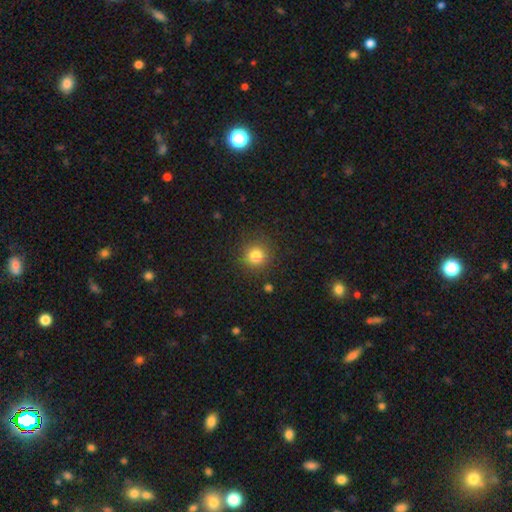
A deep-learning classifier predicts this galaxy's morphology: The model was most divided on "smooth or featured": smooth: 81%, star or artifact: 13%, featured or disk: 6%. More confident: how rounded — round (93%); merging — none (88%).